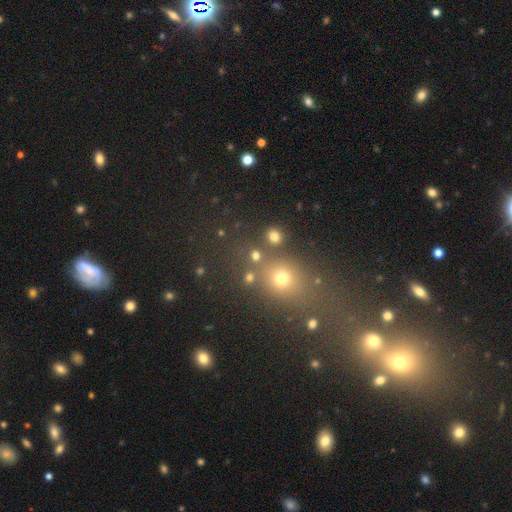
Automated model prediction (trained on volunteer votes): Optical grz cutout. It shows a smooth galaxy with no disk features (72%) that is round (83%). Merging: none (74%).